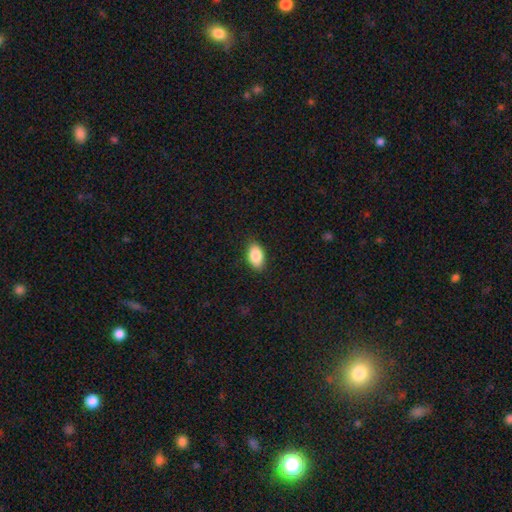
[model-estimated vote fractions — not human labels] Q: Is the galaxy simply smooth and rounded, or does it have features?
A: smooth — 87%.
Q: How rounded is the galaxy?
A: in between — 91%.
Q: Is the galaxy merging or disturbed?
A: none — 86%.